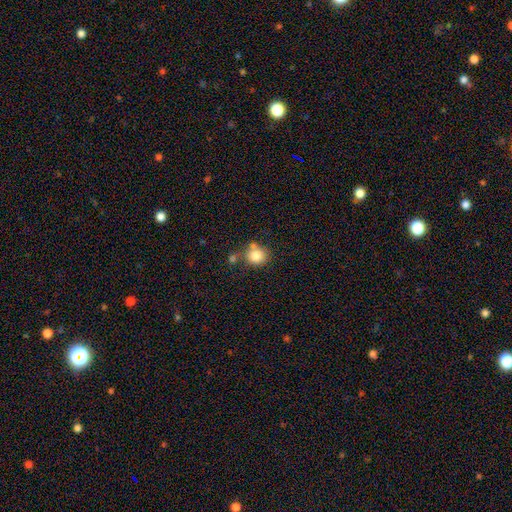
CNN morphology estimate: smooth 82%, star or artifact 10%, featured or disk 8%. Down the decision tree: how rounded — round (84%); merging — none (60%).